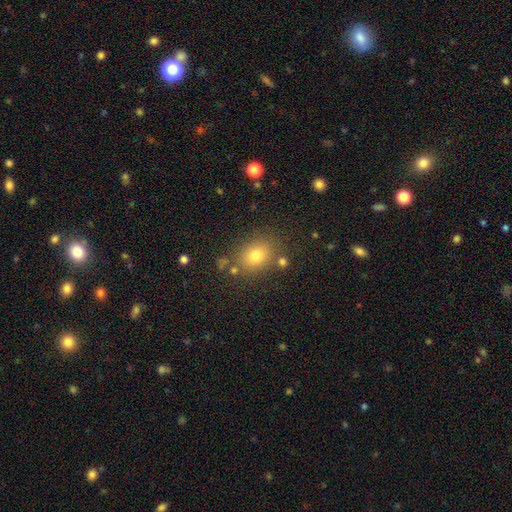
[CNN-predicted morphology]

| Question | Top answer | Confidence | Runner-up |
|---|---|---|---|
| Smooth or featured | smooth | 76% | star or artifact (14%) |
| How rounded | in between | 53% | round (46%) |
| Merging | none | 79% | minor disturbance (11%) |